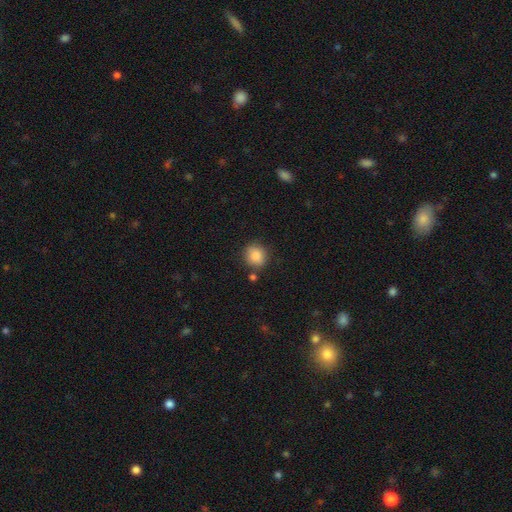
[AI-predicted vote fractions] smooth_or_featured: smooth (p=0.87) [alt: star or artifact p=0.09]
how_rounded: round (p=0.78) [alt: in between p=0.21]
merging: none (p=0.80) [alt: minor disturbance p=0.12]